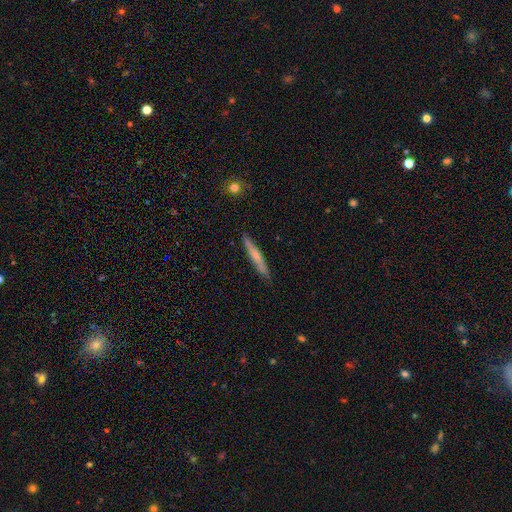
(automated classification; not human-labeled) The model was most divided on "smooth or featured": smooth: 56%, featured or disk: 38%, star or artifact: 6%. More confident: how rounded — cigar-shaped (95%); merging — none (88%).